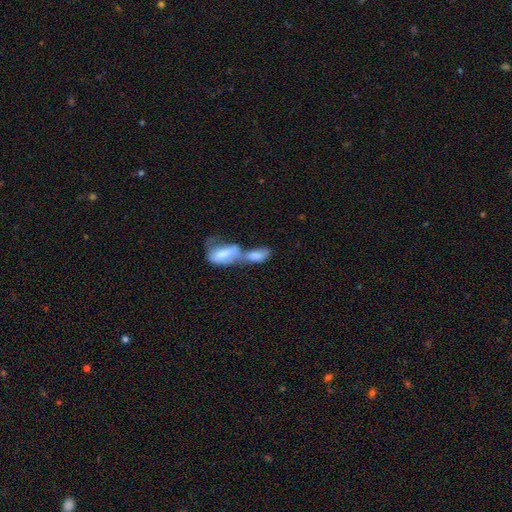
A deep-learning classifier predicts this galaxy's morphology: Smooth or featured? smooth (69%)
How rounded? in between (86%)
Merging? merger (81%)